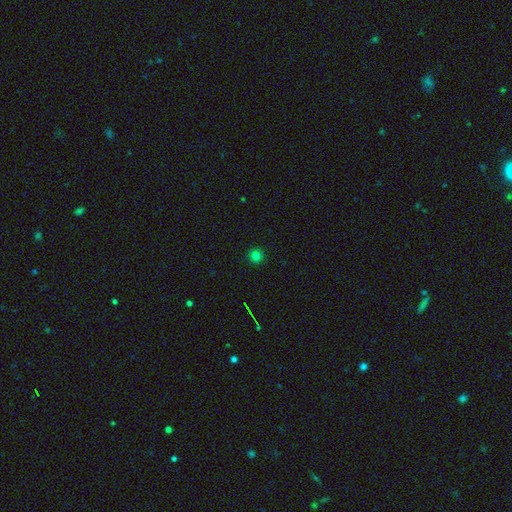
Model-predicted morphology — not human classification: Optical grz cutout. It shows a smooth galaxy with no disk features (79%) that is round (95%). Merging: none (93%).